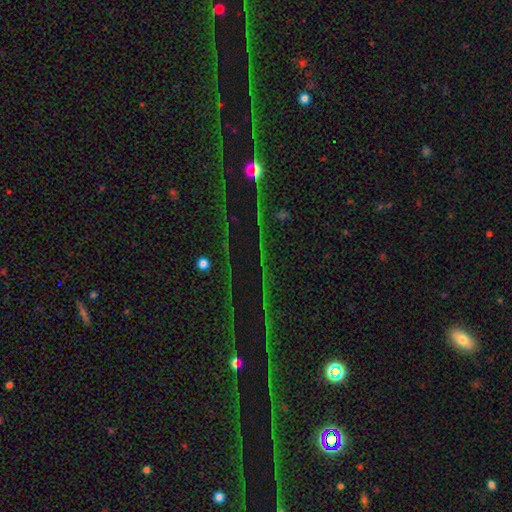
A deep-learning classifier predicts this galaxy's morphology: Smooth or featured?
  - star or artifact: 78% *
  - featured or disk: 11%
  - smooth: 11%